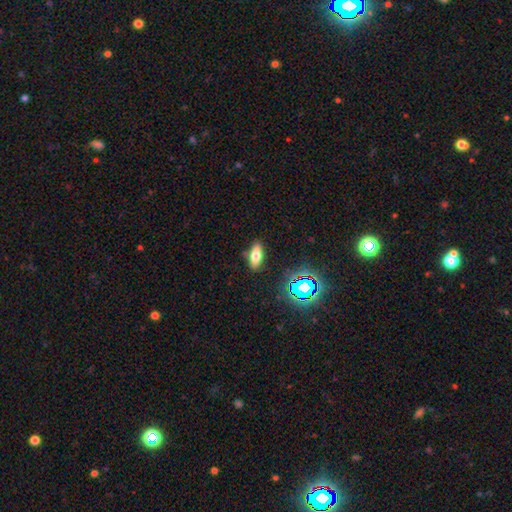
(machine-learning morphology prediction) A smooth galaxy with no disk features (64%) that is in between round and cigar-shaped (72%).

Vote fractions:
- Smooth or featured? smooth: 64% / featured or disk: 21% / star or artifact: 16%
- How rounded? in between: 72% / cigar-shaped: 24% / round: 4%
- Merging? none: 87% / minor disturbance: 9% / major disturbance: 2% / merger: 2%